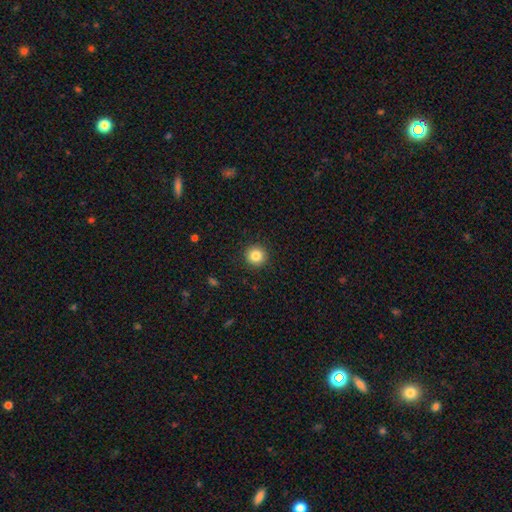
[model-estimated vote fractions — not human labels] Morphology: type=smooth (84%); roundness=round (95%); merging=none (92%).